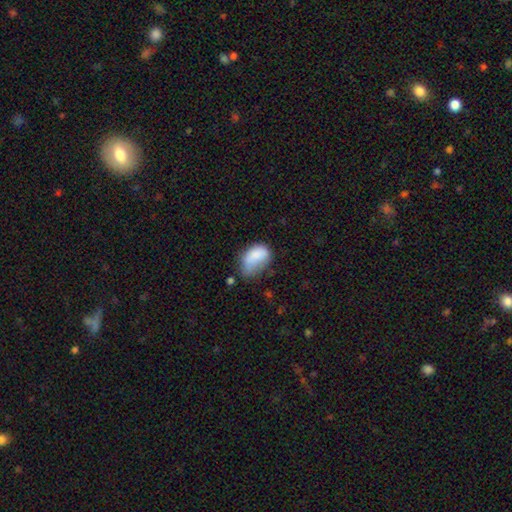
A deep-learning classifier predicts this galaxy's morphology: Smooth or featured: smooth — 78% (featured or disk — 13%)
How rounded: in between — 87% (round — 12%)
Merging: minor disturbance — 37% (major disturbance — 28%)